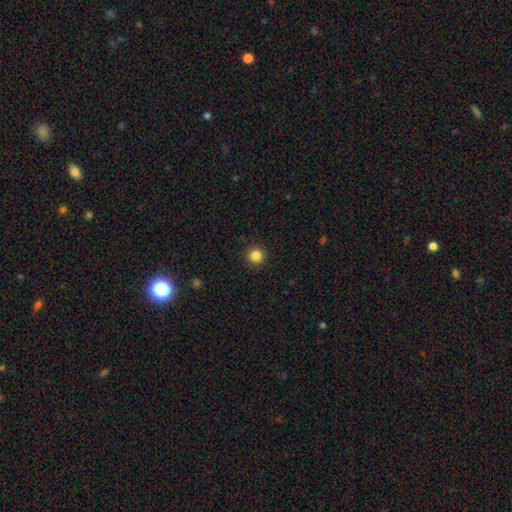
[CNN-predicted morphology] smooth_or_featured: smooth (p=0.85) [alt: star or artifact p=0.11]
how_rounded: round (p=0.95) [alt: in between p=0.04]
merging: none (p=0.92) [alt: minor disturbance p=0.05]